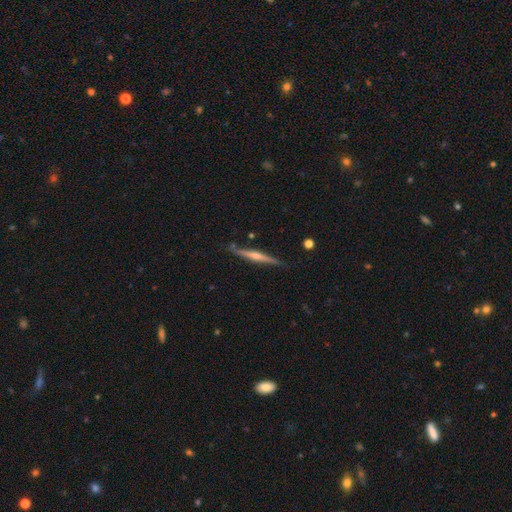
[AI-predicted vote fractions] Smooth or featured: featured or disk — 72% (smooth — 23%)
Edge-on disk: yes — 98% (no — 2%)
Edge-on bulge: rounded — 69% (none — 20%)
Merging: none — 85% (minor disturbance — 11%)